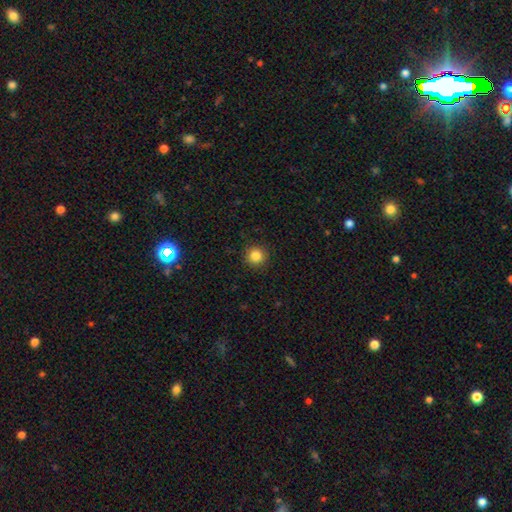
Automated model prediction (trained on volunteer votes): The model was most divided on "smooth or featured": smooth: 84%, star or artifact: 11%, featured or disk: 4%. More confident: how rounded — round (95%); merging — none (91%).